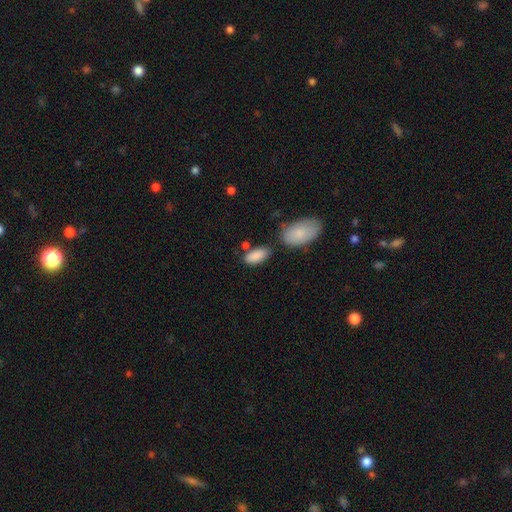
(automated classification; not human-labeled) Smooth or featured?
  - smooth: 88% *
  - star or artifact: 6%
  - featured or disk: 6%
How rounded?
  - in between: 91% *
  - cigar-shaped: 7%
  - round: 2%
Merging?
  - none: 68% *
  - minor disturbance: 16%
  - merger: 12%
  - major disturbance: 5%